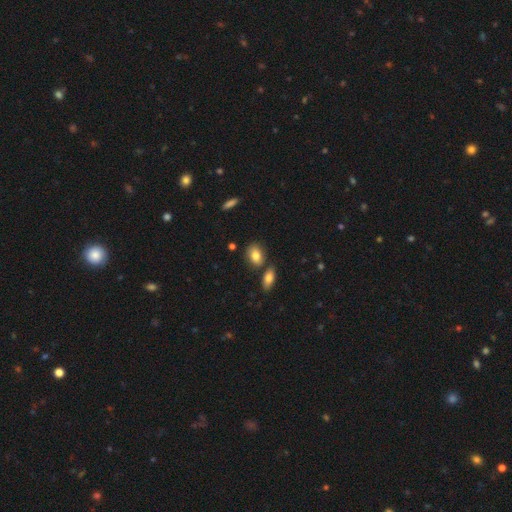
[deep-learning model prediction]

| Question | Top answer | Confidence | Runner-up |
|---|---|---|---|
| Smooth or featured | smooth | 82% | featured or disk (10%) |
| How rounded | in between | 80% | round (18%) |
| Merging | none | 70% | merger (14%) |